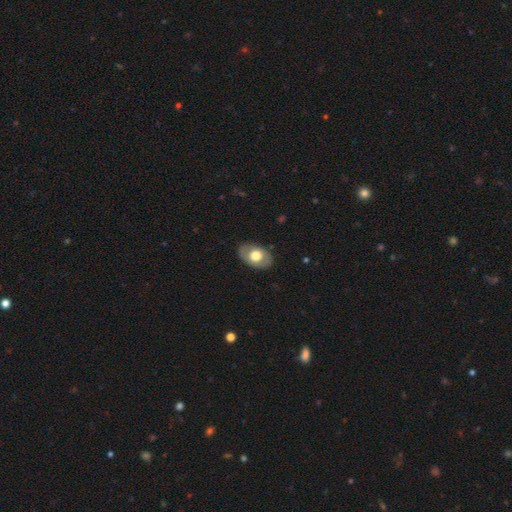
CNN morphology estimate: The model was most divided on "smooth or featured": smooth: 55%, featured or disk: 39%, star or artifact: 6%. More confident: merging — none (83%); how rounded — in between (83%).